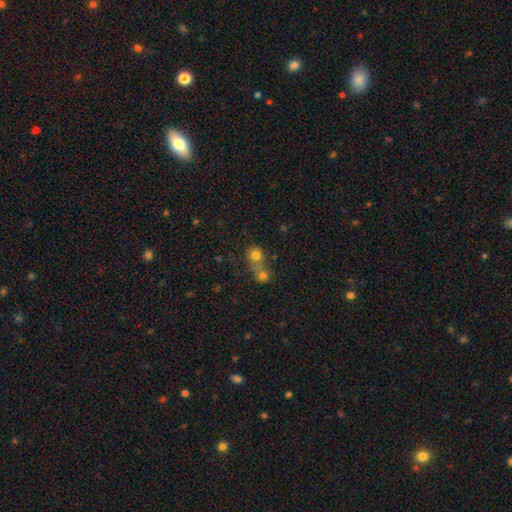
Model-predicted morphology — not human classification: This is likely a smooth galaxy (76%). How rounded: clearly round (81%). Merging: possibly merger (56%).